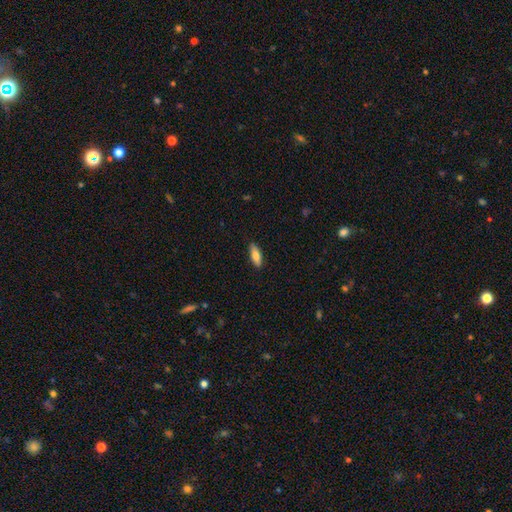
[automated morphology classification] A smooth galaxy with no disk features (77%) that is in between round and cigar-shaped (62%).

Vote fractions:
- Smooth or featured? smooth: 77% / featured or disk: 17% / star or artifact: 6%
- How rounded? in between: 62% / cigar-shaped: 36% / round: 2%
- Merging? none: 87% / minor disturbance: 10% / major disturbance: 2% / merger: 1%